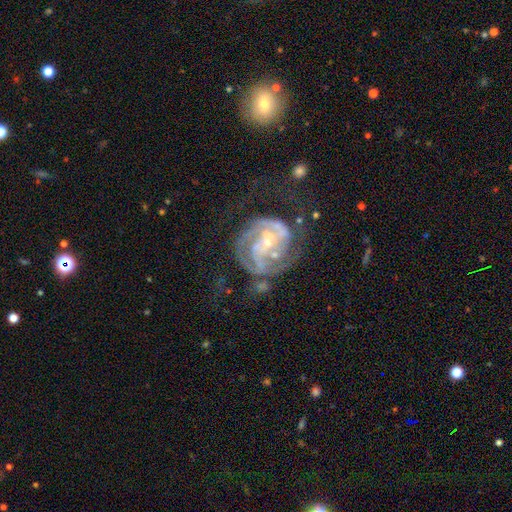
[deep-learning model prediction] Smooth or featured: featured or disk — 86% (star or artifact — 9%)
Edge-on disk: no — 97% (yes — 3%)
Bar: weak — 45% (strong — 28%)
Spiral arms: yes — 96% (no — 4%)
Spiral winding: tight — 58% (medium — 35%)
Spiral arm count: 2 — 48% (3 — 20%)
Bulge size: small — 57% (moderate — 37%)
Merging: none — 61% (minor disturbance — 19%)